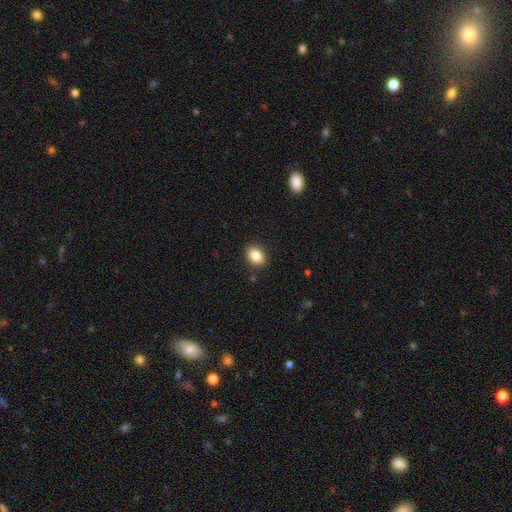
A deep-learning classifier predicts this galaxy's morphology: type=smooth (86%); roundness=in between (79%); merging=none (89%).